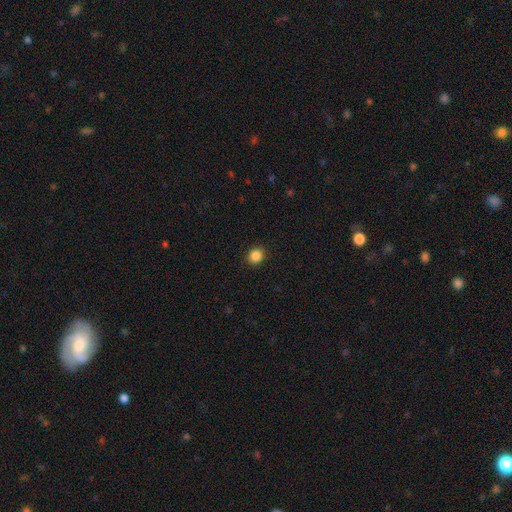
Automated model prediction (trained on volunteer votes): smooth_or_featured: smooth (p=0.86) [alt: star or artifact p=0.11]
how_rounded: round (p=0.84) [alt: in between p=0.15]
merging: none (p=0.91) [alt: minor disturbance p=0.06]